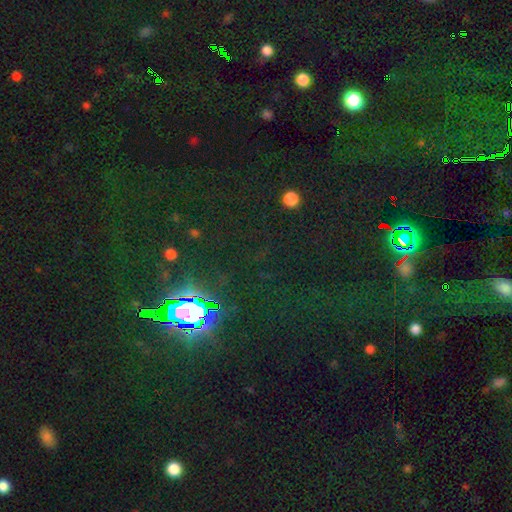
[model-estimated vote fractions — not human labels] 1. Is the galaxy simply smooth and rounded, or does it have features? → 80% star or artifact, 12% smooth, 8% featured or disk.